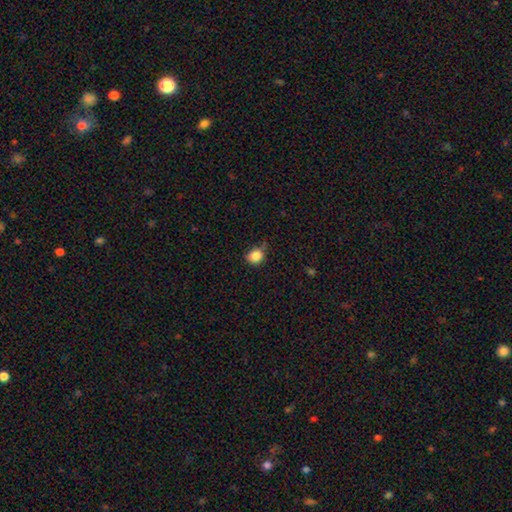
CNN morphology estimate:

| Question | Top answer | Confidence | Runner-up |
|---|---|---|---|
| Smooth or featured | smooth | 85% | star or artifact (10%) |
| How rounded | round | 71% | in between (28%) |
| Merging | none | 59% | minor disturbance (32%) |